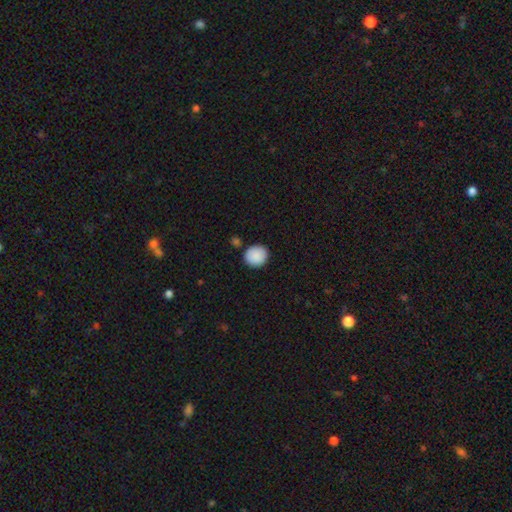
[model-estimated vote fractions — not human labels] smooth 90%, star or artifact 7%, featured or disk 3%. Down the decision tree: how rounded — round (86%); merging — none (86%).